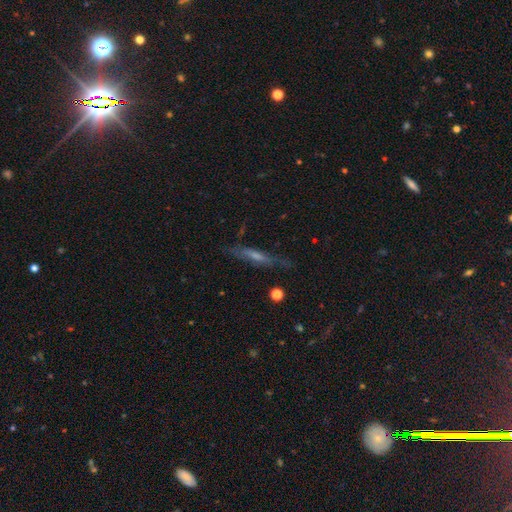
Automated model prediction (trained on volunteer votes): smooth_or_featured: featured or disk (p=0.59) [alt: smooth p=0.30]
disk_edge_on: yes (p=0.80) [alt: no p=0.20]
merging: none (p=0.77) [alt: minor disturbance p=0.16]